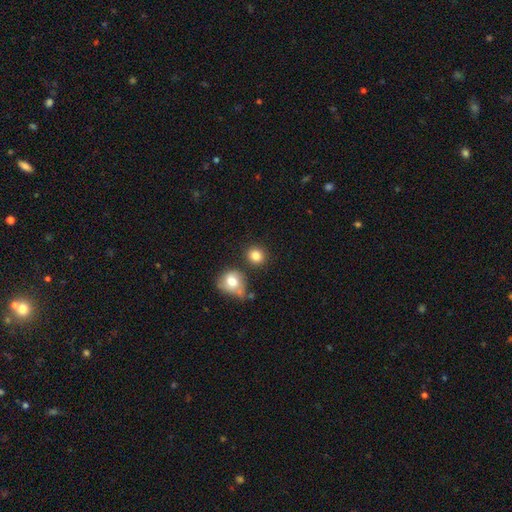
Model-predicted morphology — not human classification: A smooth galaxy with no disk features (83%) that is round (84%). Merging: none (77%).